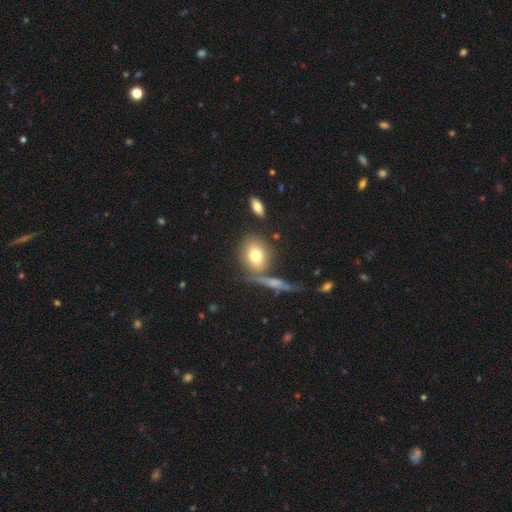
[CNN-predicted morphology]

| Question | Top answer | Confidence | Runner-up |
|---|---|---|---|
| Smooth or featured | smooth | 75% | featured or disk (16%) |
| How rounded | round | 54% | in between (43%) |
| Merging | none | 64% | merger (17%) |